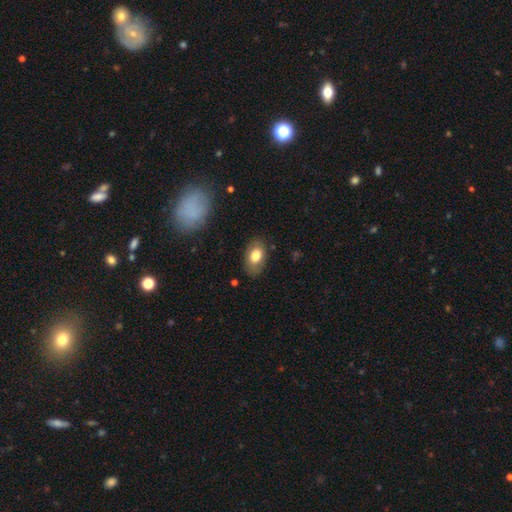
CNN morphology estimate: This appears to be a smooth galaxy with no disk features (76%) that is in between round and cigar-shaped (90%). Merging: none (82%).